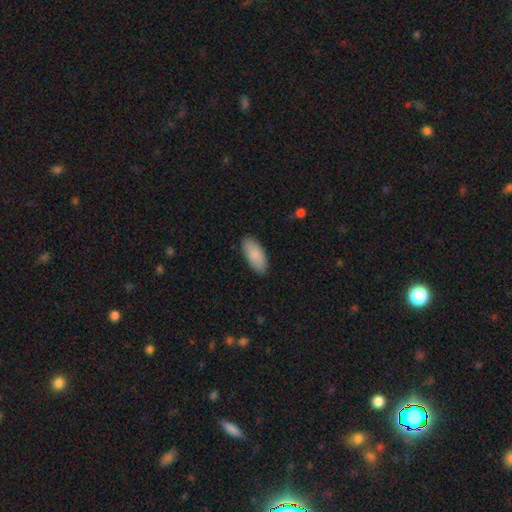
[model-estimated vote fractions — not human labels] Smooth or featured: smooth — 89% (featured or disk — 6%)
How rounded: in between — 88% (cigar-shaped — 10%)
Merging: none — 86% (minor disturbance — 11%)